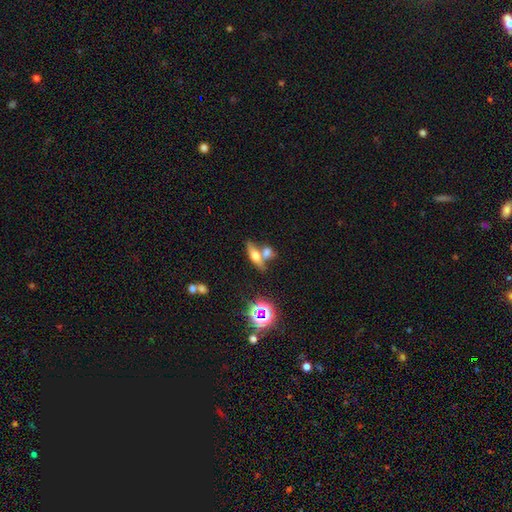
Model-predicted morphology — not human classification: type=smooth (48%); merging=none (46%).